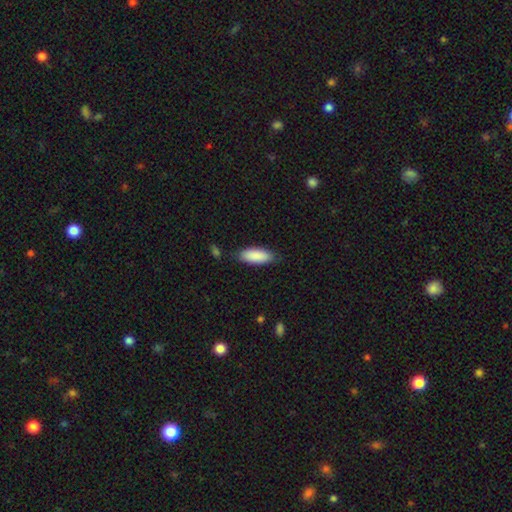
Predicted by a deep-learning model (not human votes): Smooth or featured?
  - smooth: 89% *
  - star or artifact: 6%
  - featured or disk: 5%
How rounded?
  - in between: 76% *
  - cigar-shaped: 23%
  - round: 2%
Merging?
  - none: 82% *
  - minor disturbance: 13%
  - major disturbance: 3%
  - merger: 2%